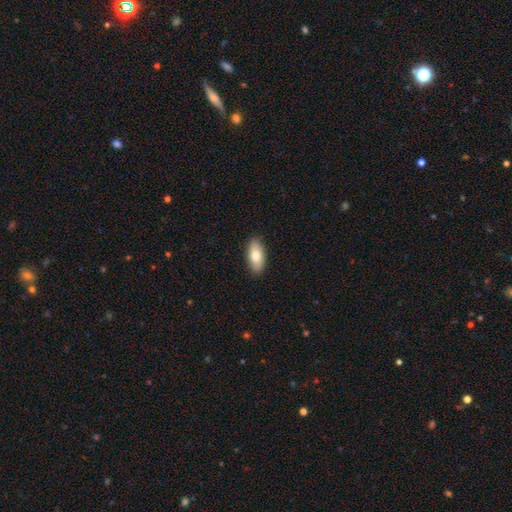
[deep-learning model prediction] A smooth galaxy with no disk features (78%) that is in between round and cigar-shaped (88%).

Vote fractions:
- Smooth or featured? smooth: 78% / featured or disk: 16% / star or artifact: 6%
- How rounded? in between: 88% / cigar-shaped: 9% / round: 3%
- Merging? none: 89% / minor disturbance: 9% / major disturbance: 2% / merger: 1%